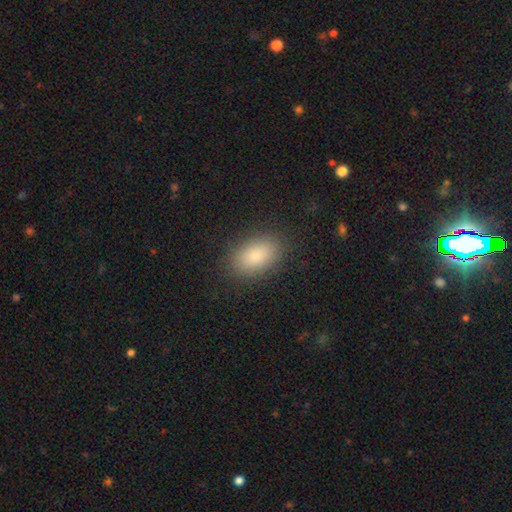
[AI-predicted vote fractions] Overall: smooth (85%). How rounded: in between (91%). Merging: none (87%).